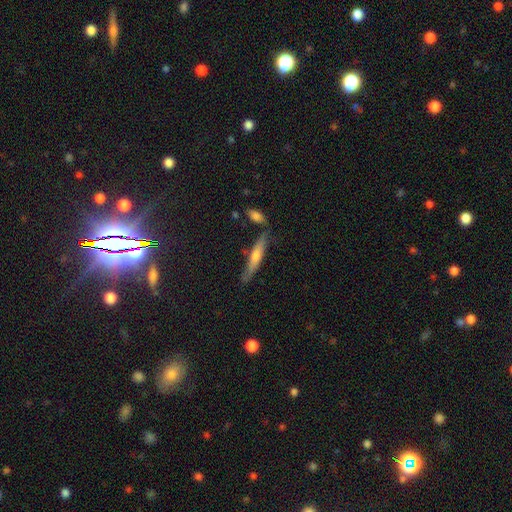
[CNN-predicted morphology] This appears to be a smooth galaxy with no disk features (52%) that is cigar-shaped (87%). Merging: none (73%).